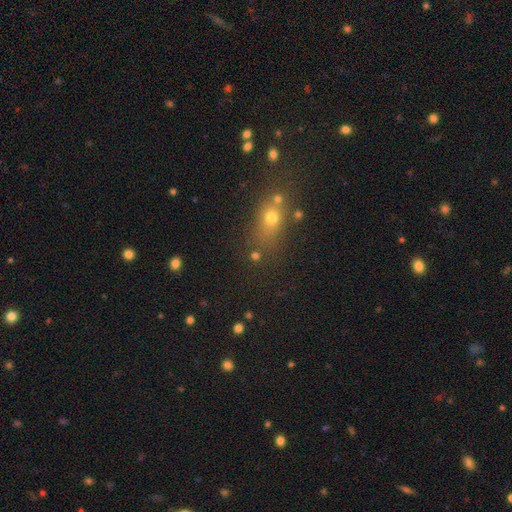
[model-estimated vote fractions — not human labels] Smooth or featured: smooth — 59% (star or artifact — 28%)
How rounded: round — 50% (in between — 41%)
Merging: none — 62% (merger — 17%)